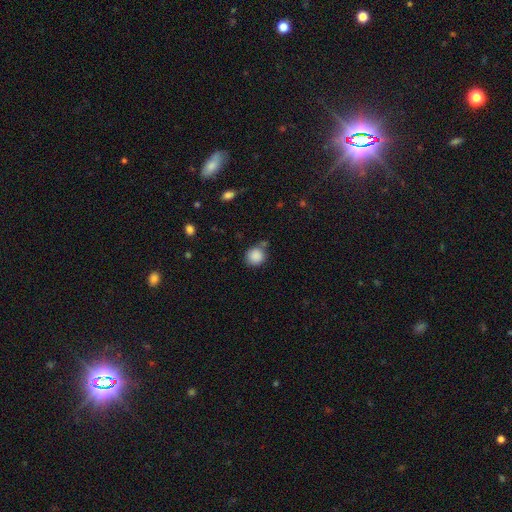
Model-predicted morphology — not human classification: A smooth galaxy with no disk features (87%) that is round (86%).

Vote fractions:
- Smooth or featured? smooth: 87% / star or artifact: 9% / featured or disk: 4%
- How rounded? round: 86% / in between: 13% / cigar-shaped: 1%
- Merging? none: 70% / minor disturbance: 16% / merger: 9% / major disturbance: 4%